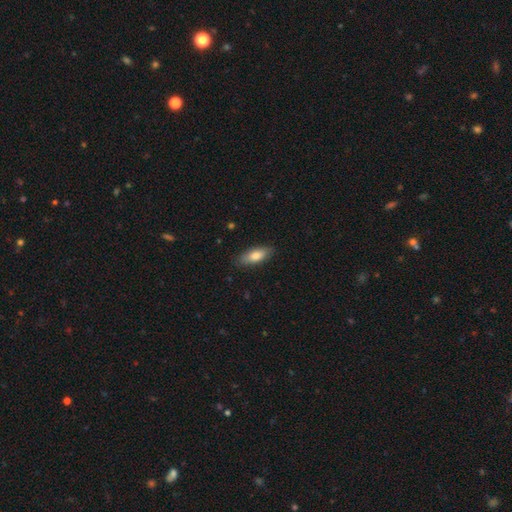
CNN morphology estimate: Overall: smooth (78%). How rounded: in between (75%). Merging: none (84%).